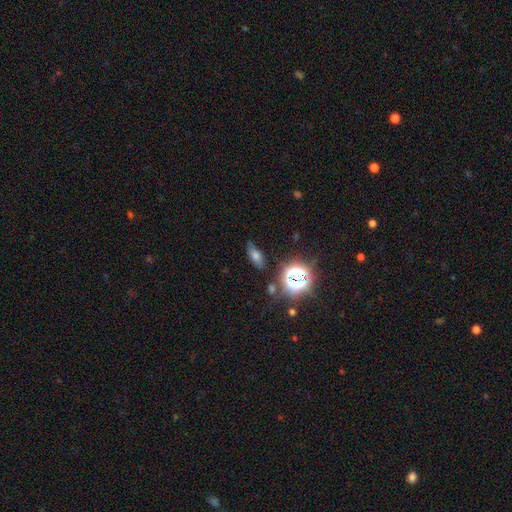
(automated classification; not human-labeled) A smooth galaxy with no disk features (51%) that is in between round and cigar-shaped (71%). Merging: none (78%).